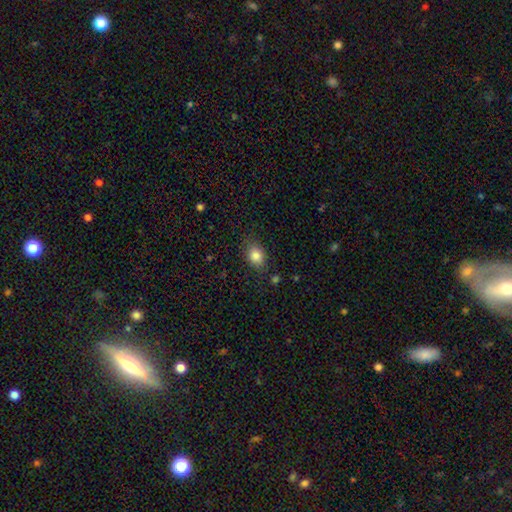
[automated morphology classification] This is clearly a smooth galaxy (84%). How rounded: likely in between (61%). Merging: likely none (79%).